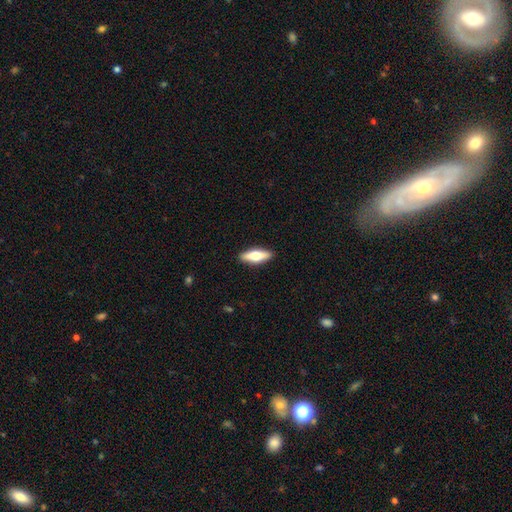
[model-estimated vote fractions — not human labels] Smooth or featured: smooth — 51% (featured or disk — 44%)
How rounded: in between — 50% (cigar-shaped — 47%)
Merging: none — 90% (minor disturbance — 7%)